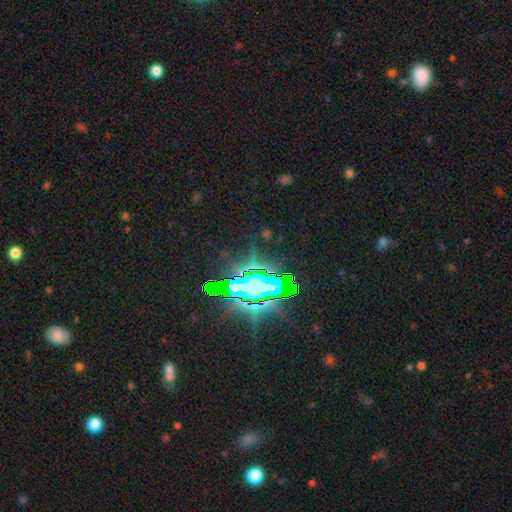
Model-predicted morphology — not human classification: This appears to be a star or artifact, not a galaxy (78%).